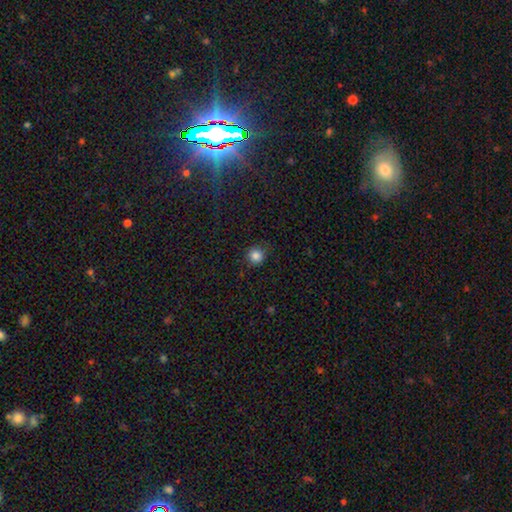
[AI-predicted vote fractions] Q: Smooth or featured?
A: smooth (85%); runner-up: star or artifact (11%)
Q: How rounded?
A: round (92%); runner-up: in between (7%)
Q: Merging?
A: none (87%); runner-up: minor disturbance (9%)